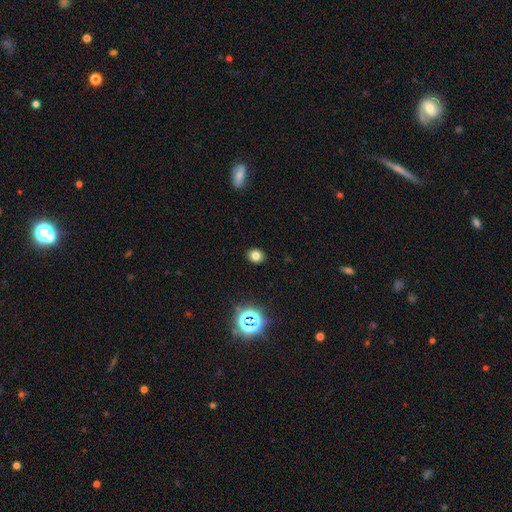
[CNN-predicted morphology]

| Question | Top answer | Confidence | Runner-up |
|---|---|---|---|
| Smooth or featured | smooth | 76% | star or artifact (17%) |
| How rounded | round | 55% | in between (45%) |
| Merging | none | 90% | minor disturbance (7%) |